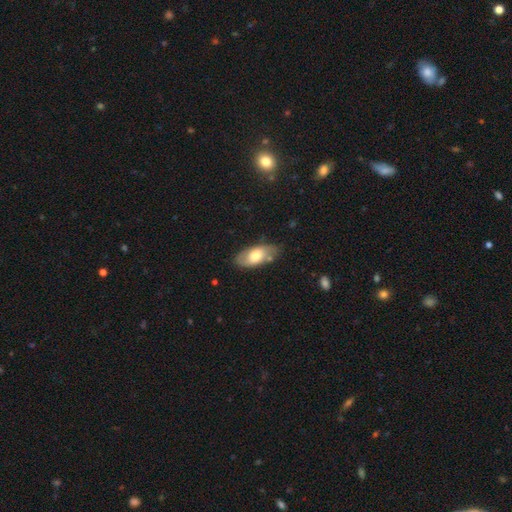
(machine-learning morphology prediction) smooth 61%, featured or disk 33%, star or artifact 6%. Down the decision tree: how rounded — in between (91%); merging — none (72%).